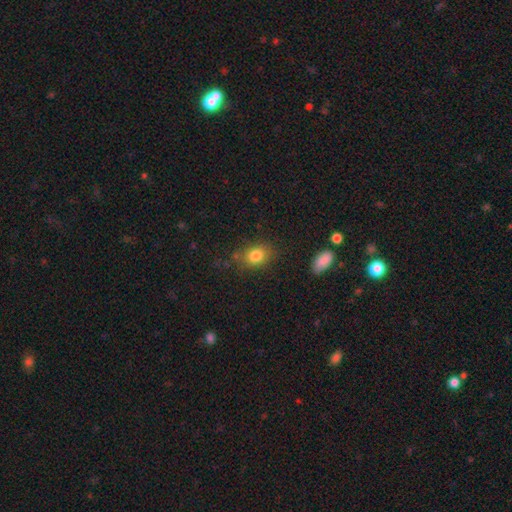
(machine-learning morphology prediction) Overall: smooth (82%). How rounded: in between (59%; round 39%). Merging: none (76%).